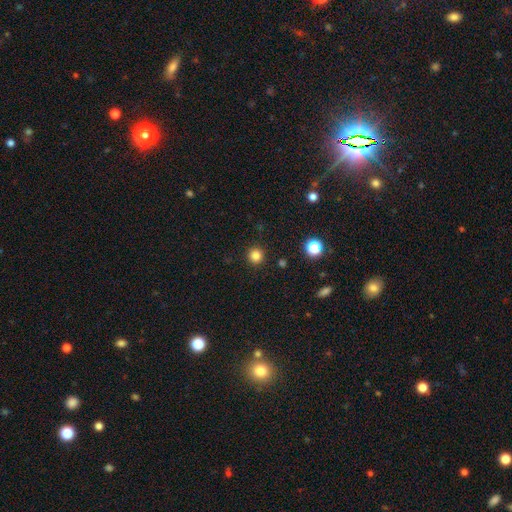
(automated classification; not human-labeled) Smooth or featured: smooth — 83% (star or artifact — 13%)
How rounded: round — 96% (in between — 3%)
Merging: none — 92% (minor disturbance — 5%)